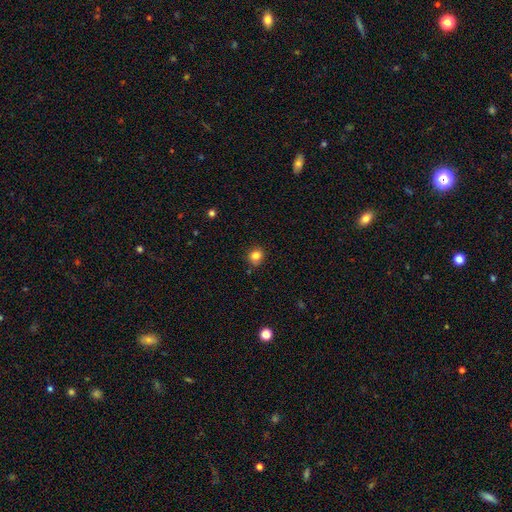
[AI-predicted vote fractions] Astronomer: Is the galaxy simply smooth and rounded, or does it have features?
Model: smooth — 82%.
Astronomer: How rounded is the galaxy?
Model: round — 75%.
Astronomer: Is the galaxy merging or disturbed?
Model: none — 79%.